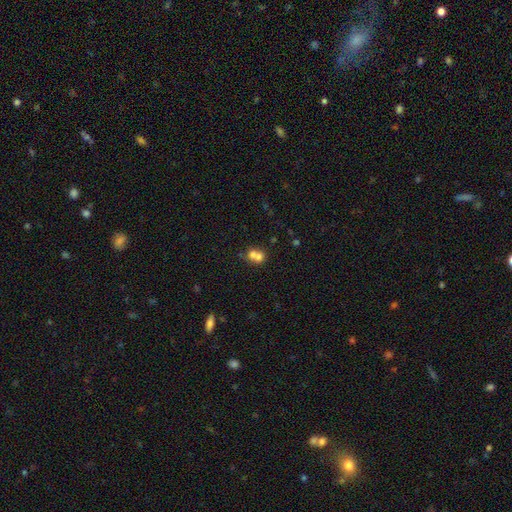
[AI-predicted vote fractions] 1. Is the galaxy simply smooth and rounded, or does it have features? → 66% smooth, 21% featured or disk, 13% star or artifact.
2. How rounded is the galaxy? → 71% round, 28% in between, 1% cigar-shaped.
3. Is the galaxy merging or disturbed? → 65% merger, 27% none, 5% minor disturbance, 3% major disturbance.